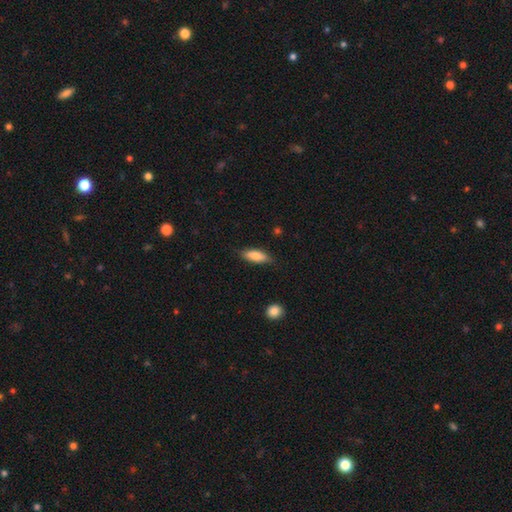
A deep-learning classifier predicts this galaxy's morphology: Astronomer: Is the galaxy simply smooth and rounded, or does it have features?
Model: smooth — 82%.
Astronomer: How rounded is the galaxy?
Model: in between — 69%.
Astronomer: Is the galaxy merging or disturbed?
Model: none — 78%.